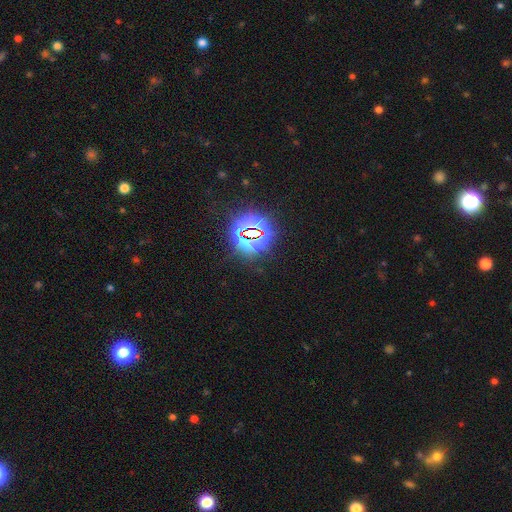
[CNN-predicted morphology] Smooth or featured: star or artifact — 81% (smooth — 12%)